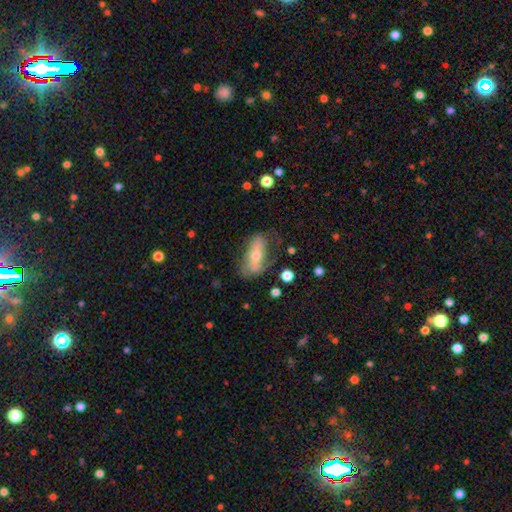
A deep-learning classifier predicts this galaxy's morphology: Smooth or featured: featured or disk — 49% (smooth — 43%)
Merging: none — 57% (minor disturbance — 26%)